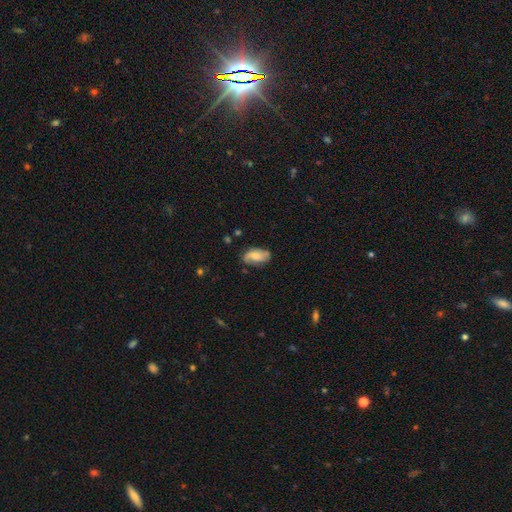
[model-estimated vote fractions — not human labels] This appears to be a smooth galaxy with no disk features (48%). Merging: none (66%).